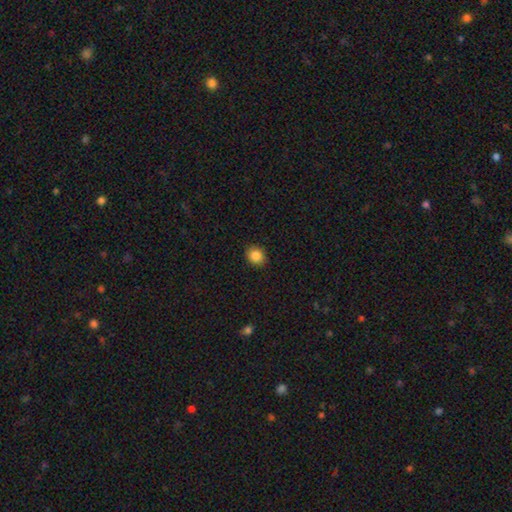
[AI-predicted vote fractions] Morphology: type=smooth (86%); roundness=round (69%); merging=none (89%).